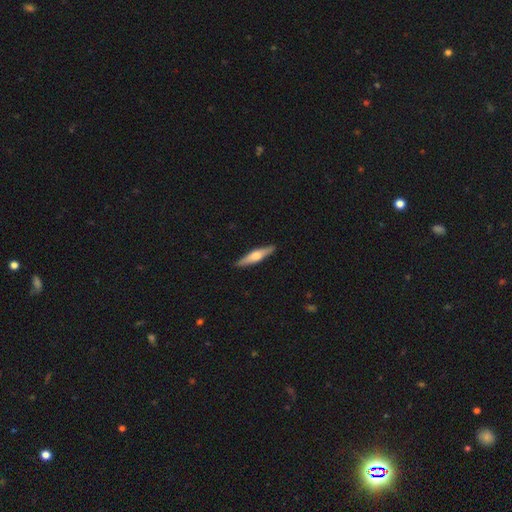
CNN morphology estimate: smooth-or-featured: featured or disk: 53% | smooth: 42% | star or artifact: 5%
  disk-edge-on: yes: 95% | no: 5%
    edge-on-bulge: rounded: 88% | boxy: 7% | none: 5%
  merging: none: 90% | minor disturbance: 7% | major disturbance: 1% | merger: 1%